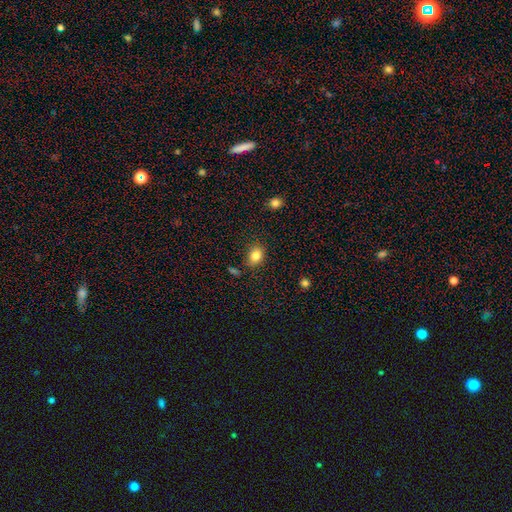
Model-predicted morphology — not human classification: Smooth or featured? smooth (83%)
How rounded? in between (70%)
Merging? none (79%)